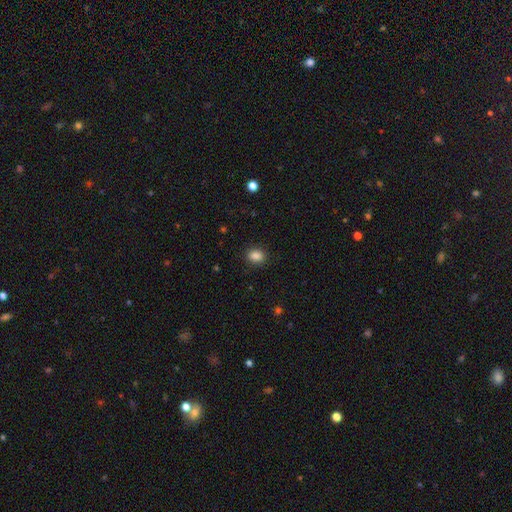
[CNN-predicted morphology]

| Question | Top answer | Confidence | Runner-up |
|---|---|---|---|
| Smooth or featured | smooth | 86% | star or artifact (10%) |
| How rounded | in between | 61% | round (37%) |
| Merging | none | 88% | minor disturbance (8%) |